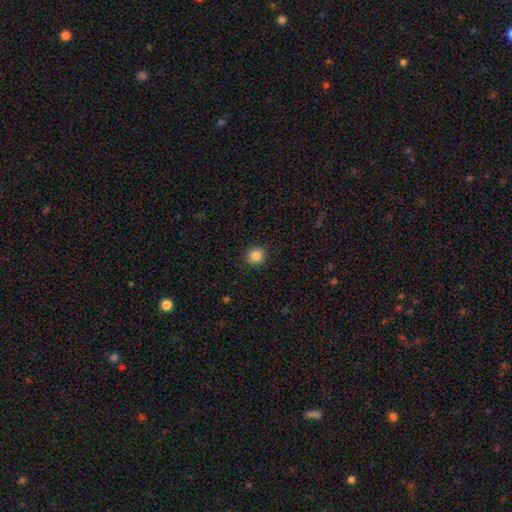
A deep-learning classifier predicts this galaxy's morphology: smooth_or_featured: smooth (p=0.86) [alt: star or artifact p=0.10]
how_rounded: round (p=0.89) [alt: in between p=0.10]
merging: none (p=0.90) [alt: minor disturbance p=0.07]